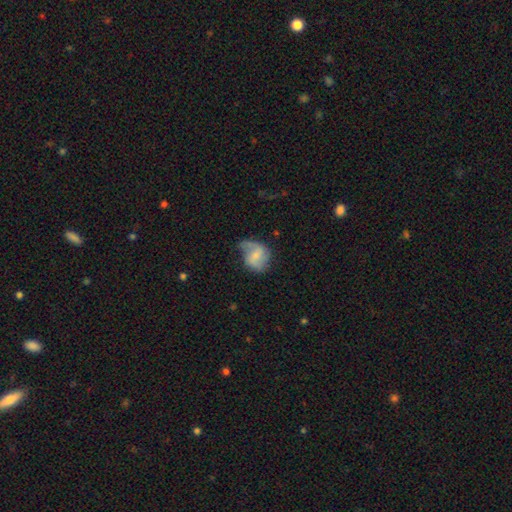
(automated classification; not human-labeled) This is possibly a featured or disk galaxy (54%). It is clearly not viewed edge-on (97%). Bar: possibly weak (46%). Spiral arm pattern: clearly yes (83%). Central bulge: possibly small (54%). Merging: marginally none (41%).